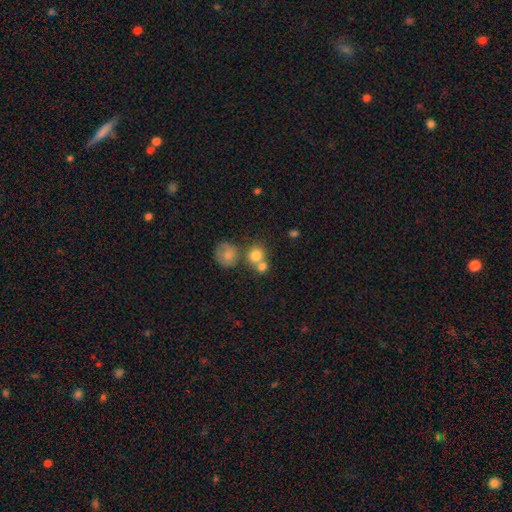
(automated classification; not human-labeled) Smooth or featured?
  - smooth: 78% *
  - star or artifact: 11%
  - featured or disk: 10%
How rounded?
  - round: 79% *
  - in between: 20%
  - cigar-shaped: 1%
Merging?
  - none: 45% *
  - merger: 42%
  - minor disturbance: 9%
  - major disturbance: 5%